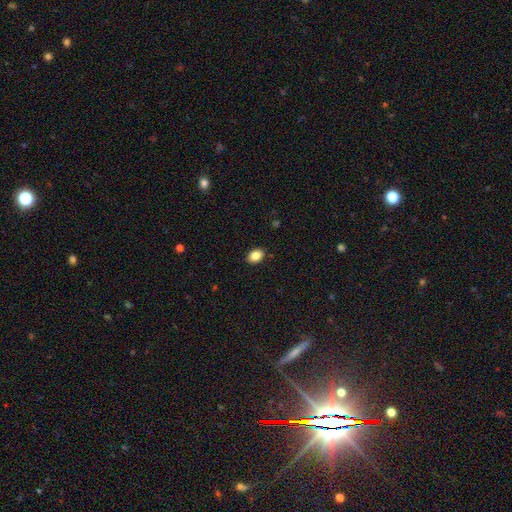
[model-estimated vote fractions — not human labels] Smooth or featured?
  - smooth: 86% *
  - star or artifact: 9%
  - featured or disk: 5%
How rounded?
  - in between: 75% *
  - round: 24%
  - cigar-shaped: 1%
Merging?
  - none: 89% *
  - minor disturbance: 8%
  - major disturbance: 2%
  - merger: 1%